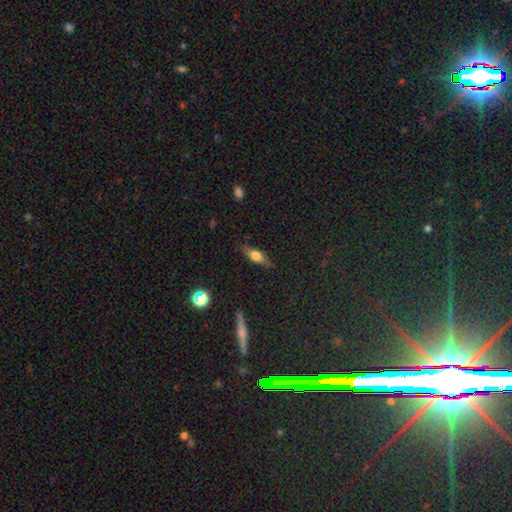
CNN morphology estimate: Overall: smooth (61%; featured or disk 30%). How rounded: in between (58%; cigar-shaped 37%). Merging: none (81%).